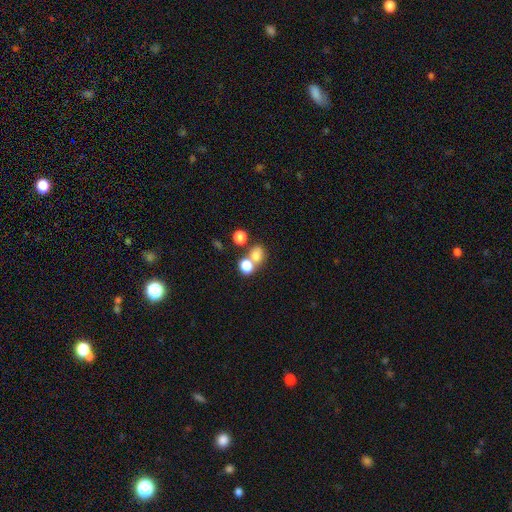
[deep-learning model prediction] Morphology: type=smooth (73%); roundness=round (65%); merging=none (44%).